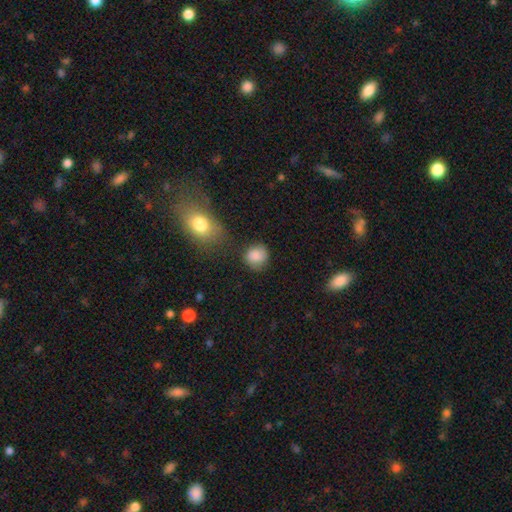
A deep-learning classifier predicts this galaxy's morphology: type=smooth (83%); roundness=round (83%); merging=none (71%).